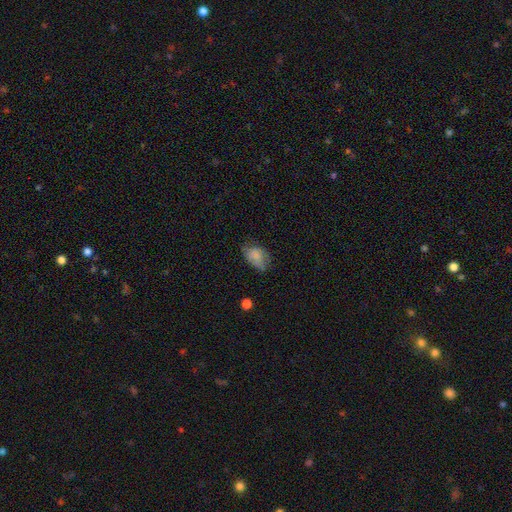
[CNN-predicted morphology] smooth-or-featured: smooth: 77% | featured or disk: 14% | star or artifact: 9%
  how-rounded: in between: 86% | round: 13% | cigar-shaped: 1%
  merging: none: 49% | minor disturbance: 34% | major disturbance: 15% | merger: 2%